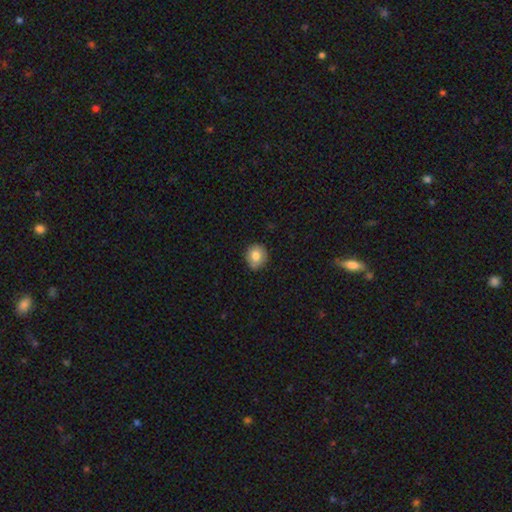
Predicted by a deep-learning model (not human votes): Q: Smooth or featured?
A: smooth (82%); runner-up: featured or disk (10%)
Q: How rounded?
A: round (83%); runner-up: in between (16%)
Q: Merging?
A: none (81%); runner-up: minor disturbance (15%)